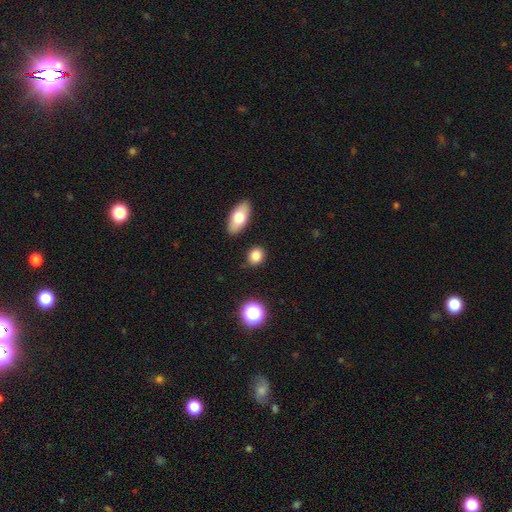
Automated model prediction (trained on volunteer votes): Q: Smooth or featured?
A: smooth (83%); runner-up: star or artifact (11%)
Q: How rounded?
A: round (57%); runner-up: in between (41%)
Q: Merging?
A: none (86%); runner-up: minor disturbance (9%)